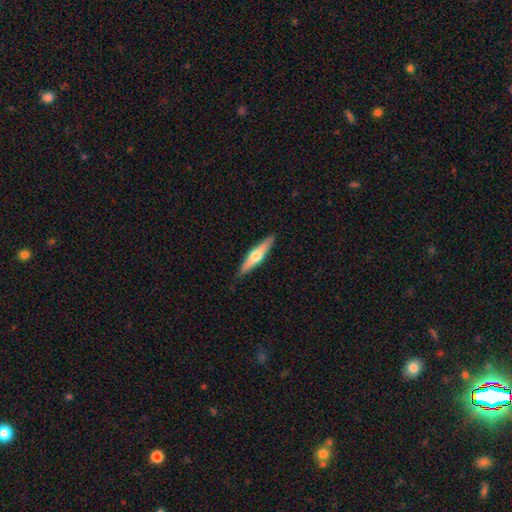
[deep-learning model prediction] smooth_or_featured: featured or disk (p=0.52) [alt: smooth p=0.43]
disk_edge_on: yes (p=0.94) [alt: no p=0.06]
merging: none (p=0.89) [alt: minor disturbance p=0.08]